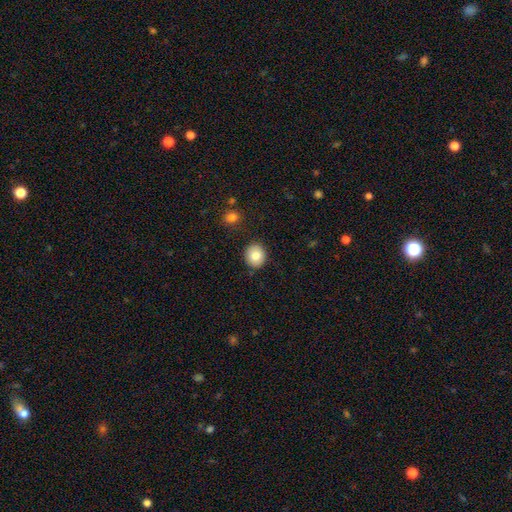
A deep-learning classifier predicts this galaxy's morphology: smooth 81%, featured or disk 10%, star or artifact 9%. Down the decision tree: how rounded — round (82%); merging — none (89%).